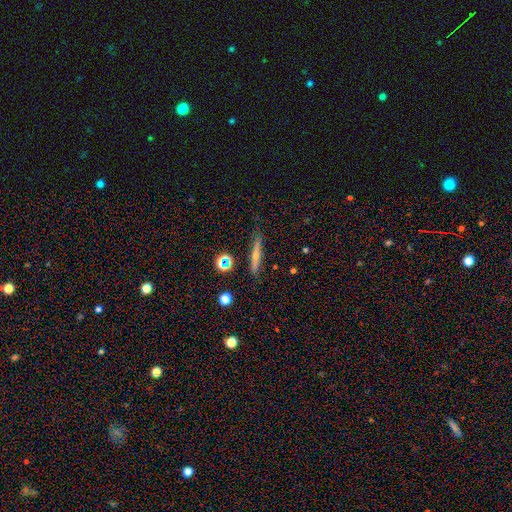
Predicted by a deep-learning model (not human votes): This appears to be a featured or disk galaxy (55%) viewed edge-on (93%) with a rounded central bulge (76%). Merging: none (83%).